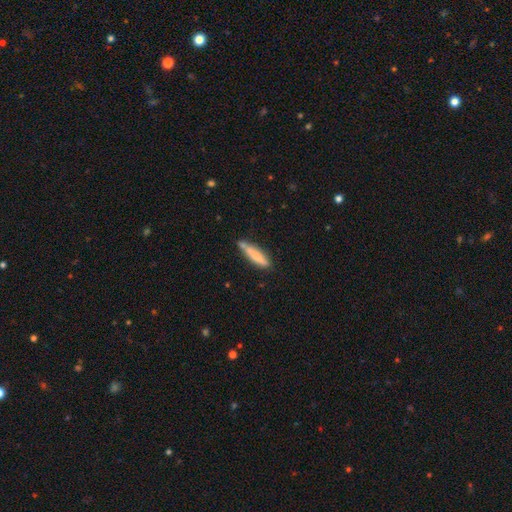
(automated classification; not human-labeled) Q: Smooth or featured?
A: smooth (76%); runner-up: featured or disk (17%)
Q: How rounded?
A: cigar-shaped (81%); runner-up: in between (18%)
Q: Merging?
A: none (61%); runner-up: minor disturbance (22%)